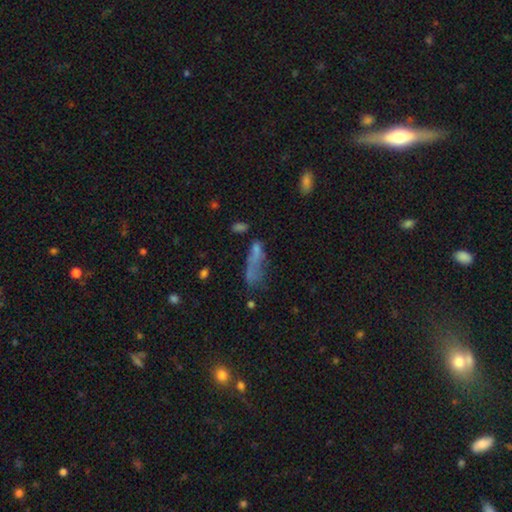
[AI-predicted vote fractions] Smooth or featured? Predicted: smooth (p=0.58). How rounded? Predicted: in between (p=0.56). Merging? Predicted: none (p=0.31, tied with major disturbance).